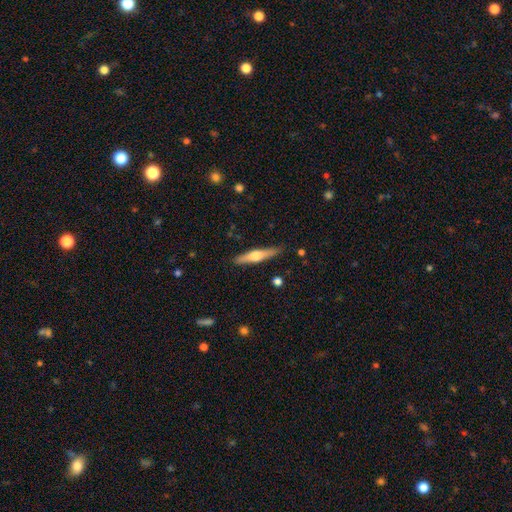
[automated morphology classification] Q: Smooth or featured?
A: featured or disk (56%); runner-up: smooth (39%)
Q: Edge-on disk?
A: yes (96%); runner-up: no (4%)
Q: Edge-on bulge?
A: rounded (91%); runner-up: boxy (5%)
Q: Merging?
A: none (88%); runner-up: minor disturbance (9%)